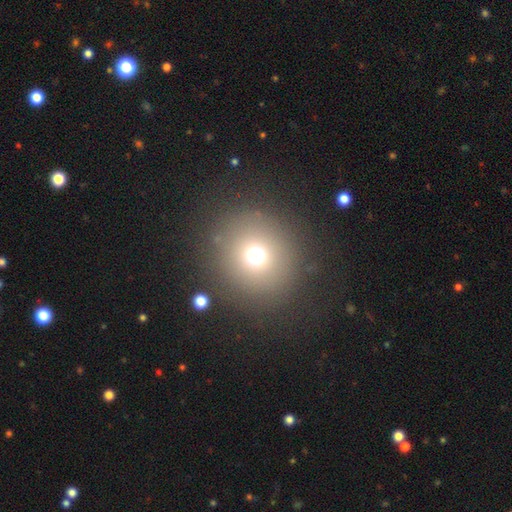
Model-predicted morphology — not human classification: Smooth or featured?
  - smooth: 69% *
  - star or artifact: 22%
  - featured or disk: 9%
How rounded?
  - round: 91% *
  - in between: 8%
  - cigar-shaped: 1%
Merging?
  - none: 84% *
  - minor disturbance: 7%
  - major disturbance: 6%
  - merger: 3%